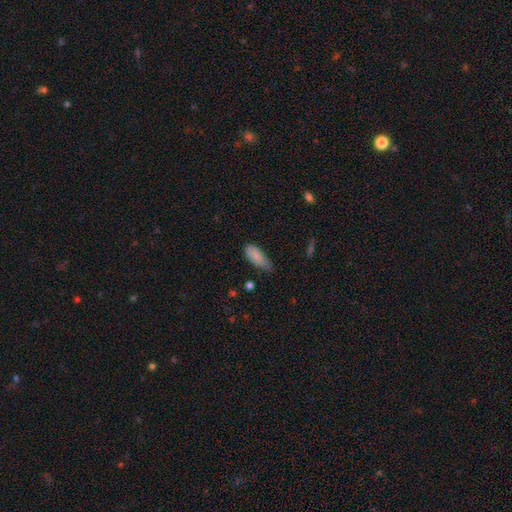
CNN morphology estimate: This is clearly a smooth galaxy (84%). How rounded: clearly in between (81%). Merging: possibly minor disturbance (45%).